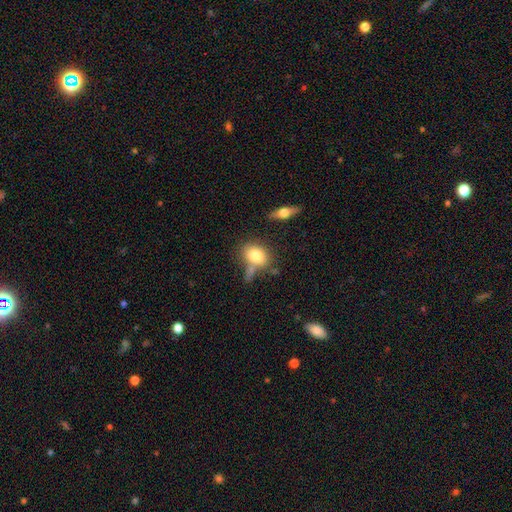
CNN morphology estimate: Overall: smooth (77%). How rounded: in between (73%). Merging: none (55%; merger 20%).